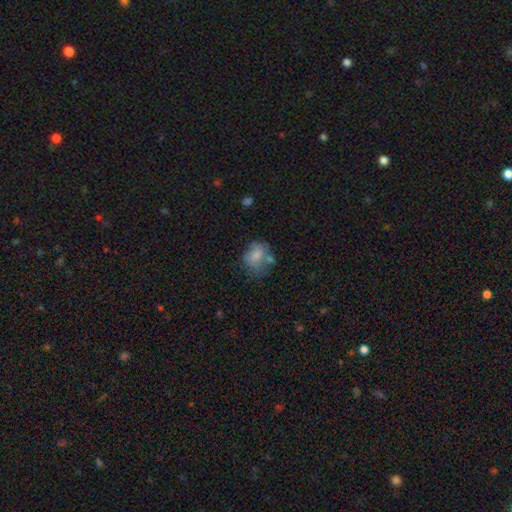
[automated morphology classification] smooth_or_featured: smooth (p=0.68) [alt: featured or disk p=0.22]
how_rounded: round (p=0.52) [alt: in between p=0.47]
merging: none (p=0.39) [alt: minor disturbance p=0.27]